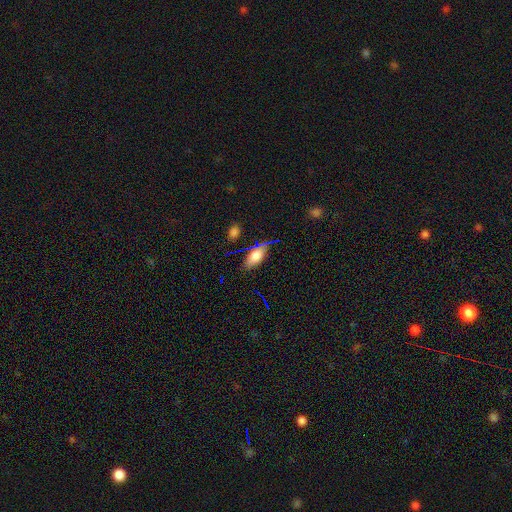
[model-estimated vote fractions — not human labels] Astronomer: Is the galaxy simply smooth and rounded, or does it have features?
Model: smooth — 72%.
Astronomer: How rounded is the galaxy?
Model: in between — 86%.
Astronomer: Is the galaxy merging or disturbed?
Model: none — 64%.